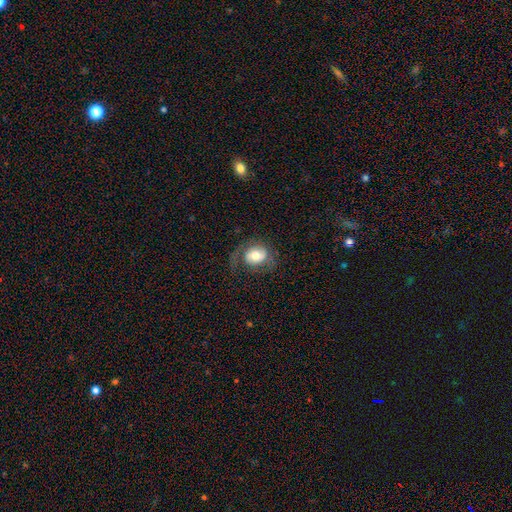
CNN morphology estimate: Overall: featured or disk (46%, tied with smooth). Merging: none (55%; major disturbance 23%).